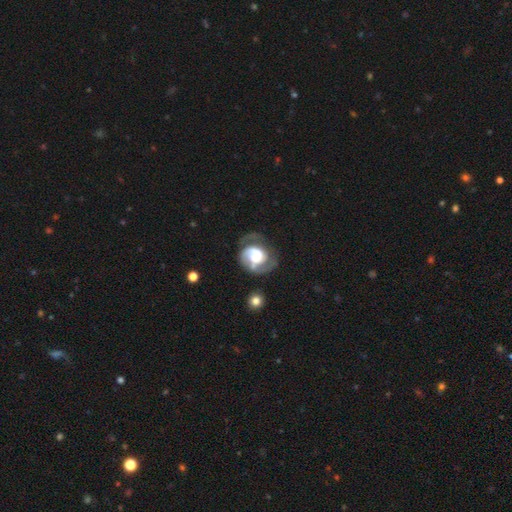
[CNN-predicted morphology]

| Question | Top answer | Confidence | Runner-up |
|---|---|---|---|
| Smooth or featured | featured or disk | 76% | smooth (18%) |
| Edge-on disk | no | 98% | yes (2%) |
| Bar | no | 62% | weak (29%) |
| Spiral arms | yes | 90% | no (10%) |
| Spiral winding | medium | 41% | tight (40%) |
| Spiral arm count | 2 | 60% | 1 (25%) |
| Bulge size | large | 47% | moderate (22%) |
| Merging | none | 44% | major disturbance (27%) |